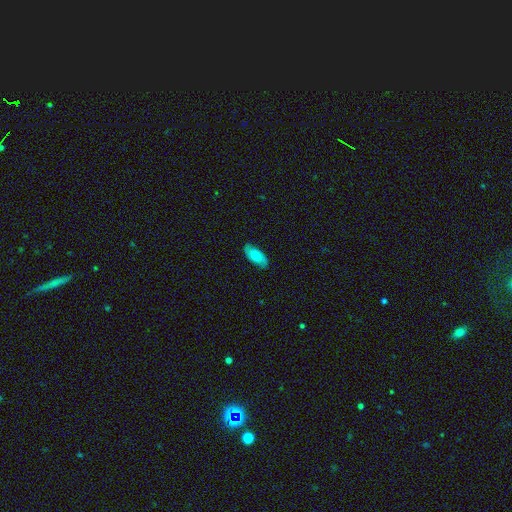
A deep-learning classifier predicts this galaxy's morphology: type=smooth (73%); roundness=in between (89%); merging=none (82%).